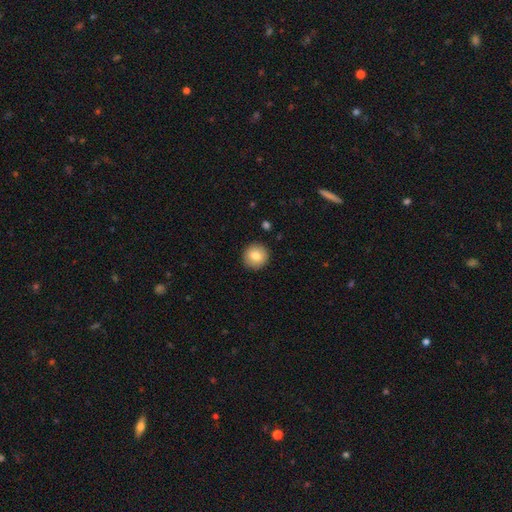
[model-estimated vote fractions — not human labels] The model was most divided on "smooth or featured": smooth: 81%, featured or disk: 11%, star or artifact: 8%. More confident: how rounded — round (95%); merging — none (92%).